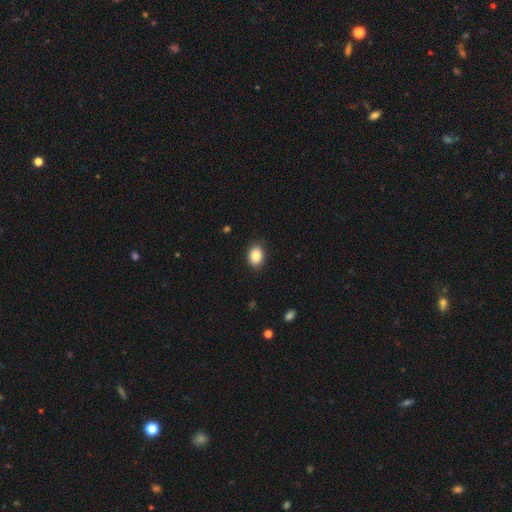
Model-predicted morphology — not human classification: The model was most divided on "how rounded": in between: 68%, round: 31%, cigar-shaped: 1%. More confident: smooth or featured — smooth (87%); merging — none (86%).